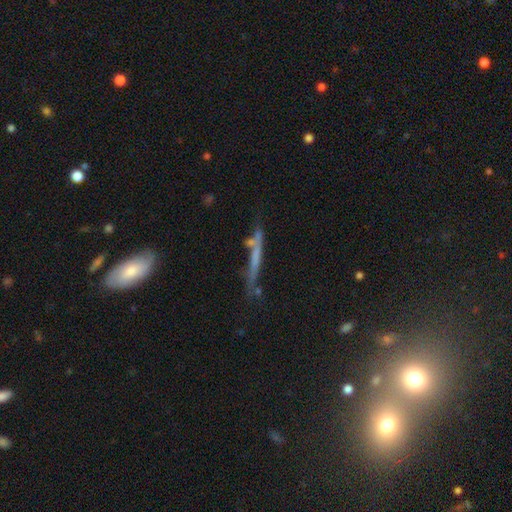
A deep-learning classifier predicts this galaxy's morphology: The model was most divided on "smooth or featured": featured or disk: 50%, smooth: 40%, star or artifact: 11%. More confident: merging — none (63%).